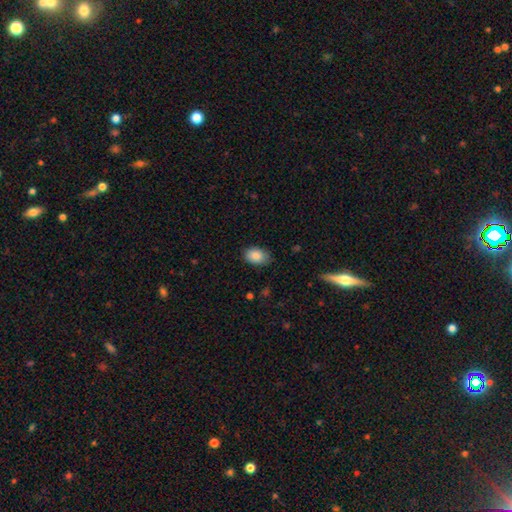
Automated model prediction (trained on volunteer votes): smooth 86%, star or artifact 8%, featured or disk 6%. Down the decision tree: how rounded — in between (83%); merging — none (79%).